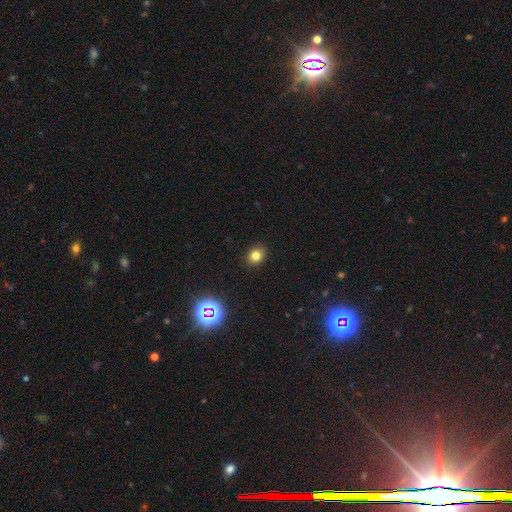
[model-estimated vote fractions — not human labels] This is likely a smooth galaxy (78%). How rounded: likely round (63%). Merging: clearly none (90%).